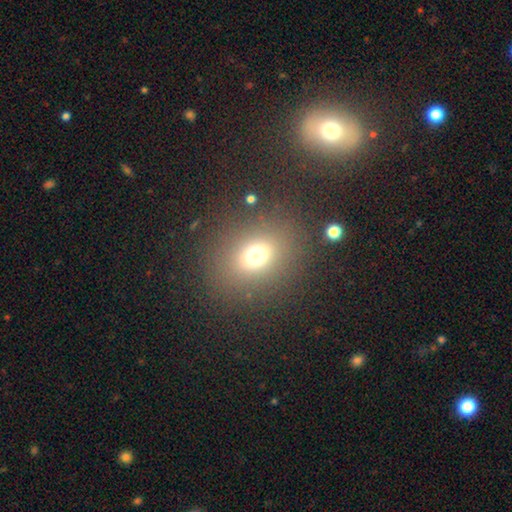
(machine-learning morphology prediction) The model was most divided on "how rounded": round: 59%, in between: 40%, cigar-shaped: 1%. More confident: merging — none (83%); smooth or featured — smooth (70%).